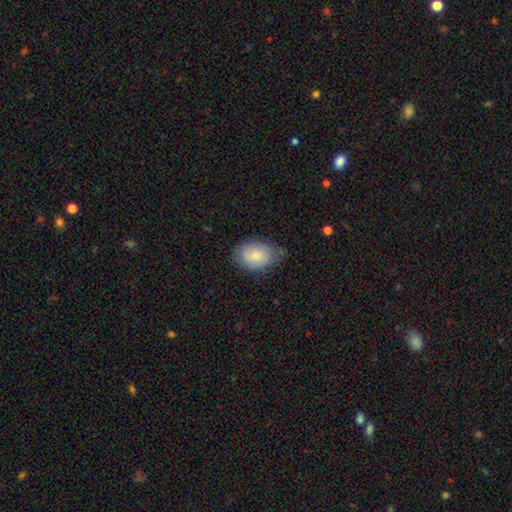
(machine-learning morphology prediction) Overall: smooth (83%). How rounded: in between (85%). Merging: none (68%).